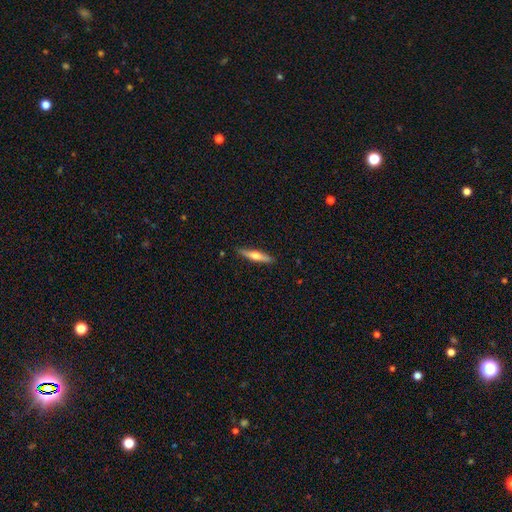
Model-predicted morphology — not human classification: Q: Smooth or featured?
A: featured or disk (48%); runner-up: smooth (46%)
Q: Merging?
A: none (88%); runner-up: minor disturbance (9%)